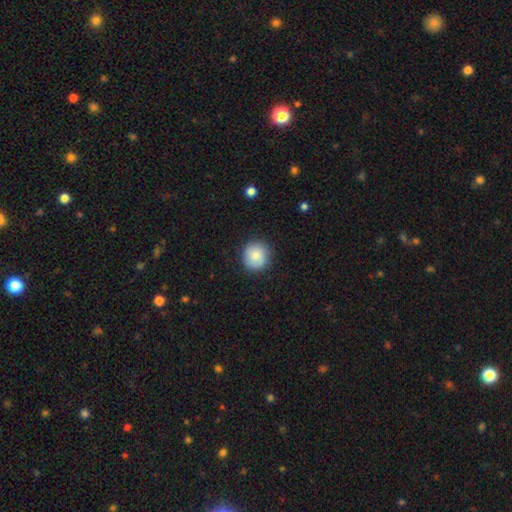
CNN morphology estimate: Q: Smooth or featured?
A: smooth (85%); runner-up: featured or disk (8%)
Q: How rounded?
A: round (92%); runner-up: in between (7%)
Q: Merging?
A: none (87%); runner-up: minor disturbance (9%)